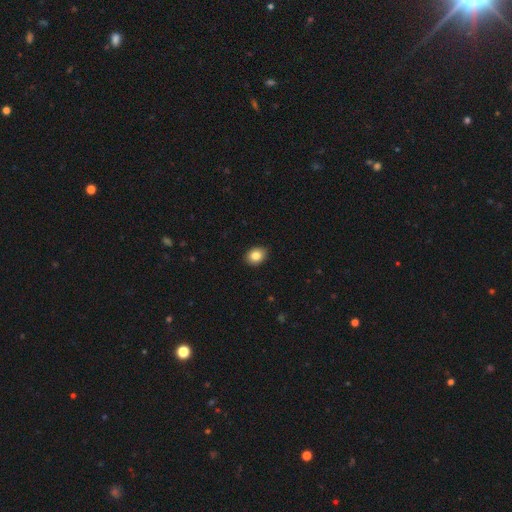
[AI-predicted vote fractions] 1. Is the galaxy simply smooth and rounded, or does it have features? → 84% smooth, 9% star or artifact, 7% featured or disk.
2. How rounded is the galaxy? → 58% in between, 41% round, 1% cigar-shaped.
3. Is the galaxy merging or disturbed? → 89% none, 8% minor disturbance, 2% major disturbance, 1% merger.